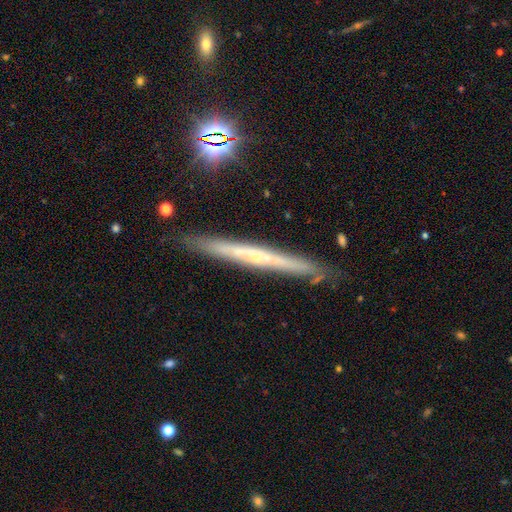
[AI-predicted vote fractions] A featured or disk galaxy (60%) viewed edge-on (95%) with no central bulge (73%).

Vote fractions:
- Smooth or featured? featured or disk: 60% / smooth: 31% / star or artifact: 8%
- Edge-on disk? yes: 95% / no: 5%
- Edge-on bulge? none: 73% / rounded: 22% / boxy: 6%
- Merging? none: 87% / minor disturbance: 9% / merger: 2% / major disturbance: 2%